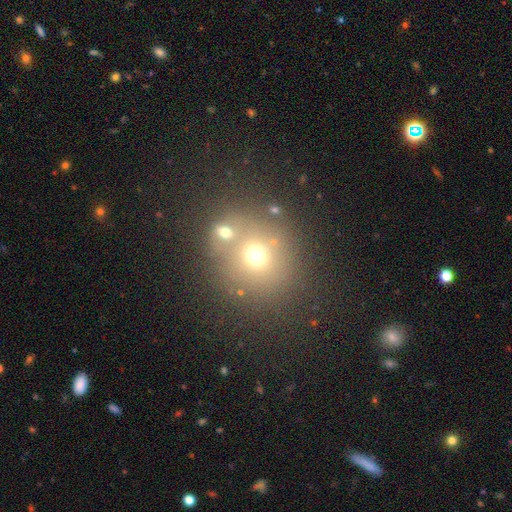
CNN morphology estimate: Overall: smooth (65%). How rounded: round (82%). Merging: none (55%; merger 30%).